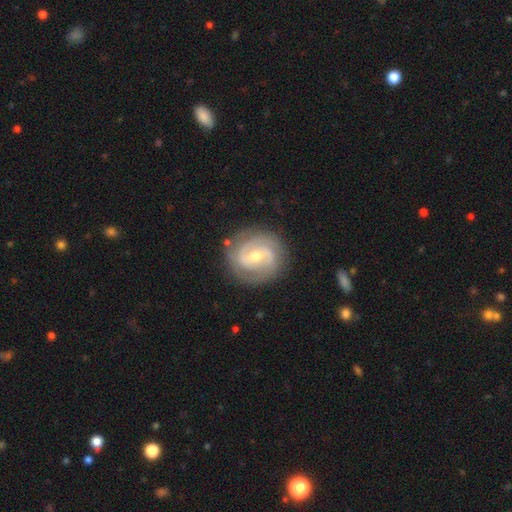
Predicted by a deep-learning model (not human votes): Smooth or featured?
  - featured or disk: 87% *
  - smooth: 9%
  - star or artifact: 5%
Edge-on disk?
  - no: 98% *
  - yes: 2%
Bar?
  - weak: 49% *
  - no: 29%
  - strong: 21%
Spiral arms?
  - yes: 96% *
  - no: 4%
Spiral winding?
  - tight: 57% *
  - medium: 36%
  - loose: 7%
Spiral arm count?
  - 2: 70% *
  - 3: 14%
  - can't tell: 9%
  - 4: 3%
  - 1: 2%
  - more than 4: 2%
Bulge size?
  - moderate: 55% *
  - small: 42%
  - large: 2%
  - none: 1%
  - dominant: 1%
Merging?
  - none: 83% *
  - minor disturbance: 12%
  - major disturbance: 4%
  - merger: 2%